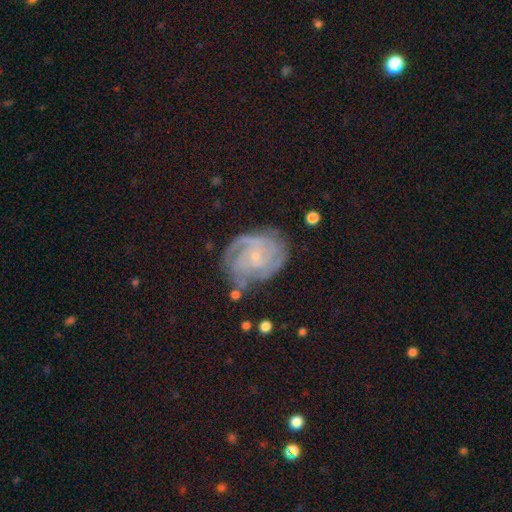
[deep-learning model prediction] This is clearly a featured or disk galaxy (83%). It is clearly not viewed edge-on (98%). Bar: likely no (66%). Spiral arm pattern: clearly yes (96%). Spiral arm count: marginally 3 (31%). Spiral winding: likely tight (64%). Central bulge: clearly small (80%). Merging: likely none (68%).